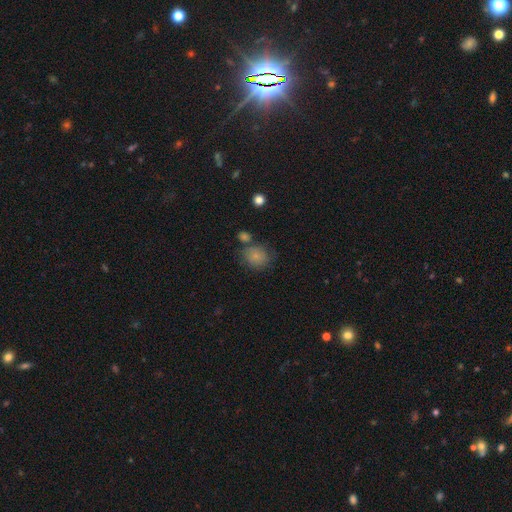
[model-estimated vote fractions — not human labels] The model was most divided on "how rounded": round: 71%, in between: 28%, cigar-shaped: 1%. More confident: smooth or featured — smooth (80%); merging — none (65%).